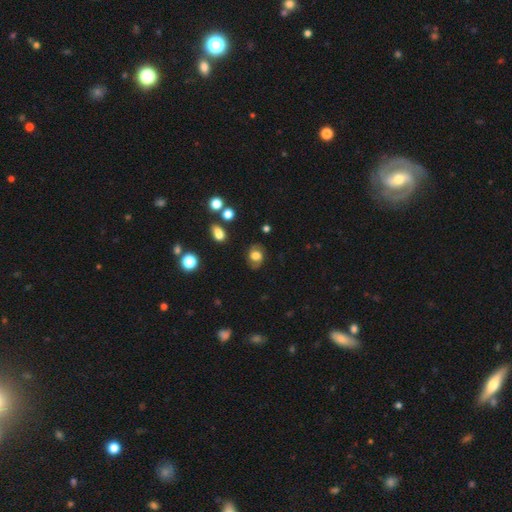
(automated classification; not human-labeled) Smooth or featured: smooth — 61% (featured or disk — 27%)
How rounded: round — 54% (in between — 45%)
Merging: none — 76% (minor disturbance — 17%)